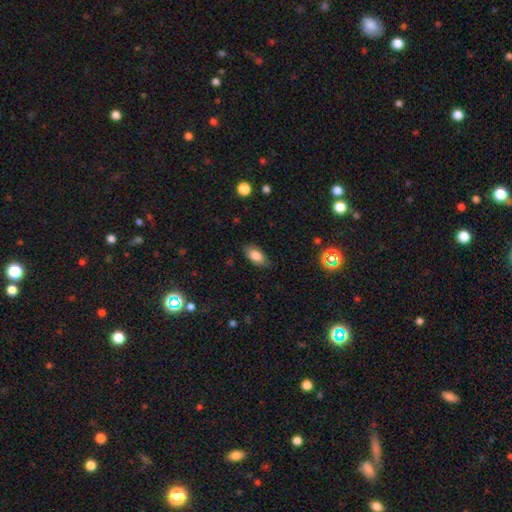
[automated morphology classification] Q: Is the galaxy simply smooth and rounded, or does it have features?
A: smooth — 83%.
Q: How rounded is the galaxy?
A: in between — 92%.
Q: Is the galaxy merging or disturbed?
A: none — 82%.